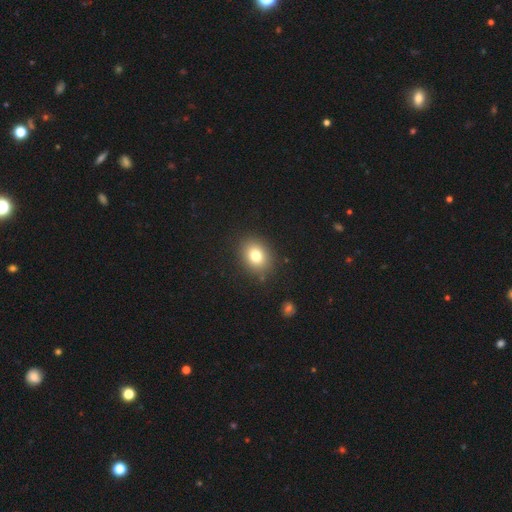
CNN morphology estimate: Smooth or featured? smooth (79%)
How rounded? in between (51%)
Merging? none (87%)